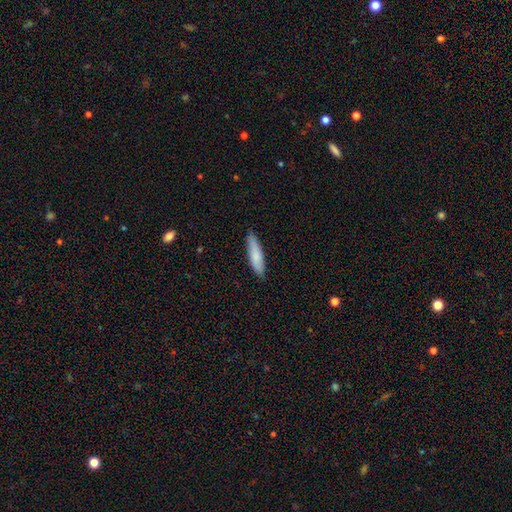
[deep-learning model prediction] This appears to be a smooth galaxy with no disk features (81%) that is cigar-shaped (73%). Merging: none (85%).